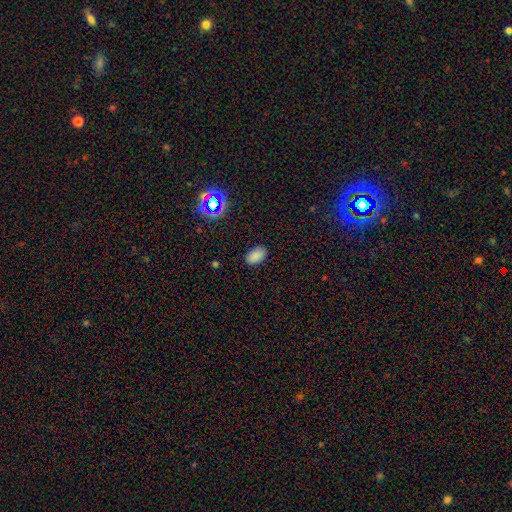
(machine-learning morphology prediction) type=smooth (84%); roundness=in between (91%); merging=none (86%).